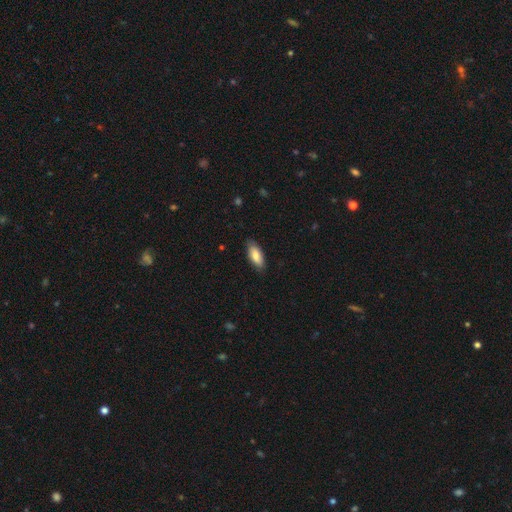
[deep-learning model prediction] Smooth or featured: smooth — 82% (featured or disk — 12%)
How rounded: in between — 84% (cigar-shaped — 14%)
Merging: none — 82% (minor disturbance — 14%)